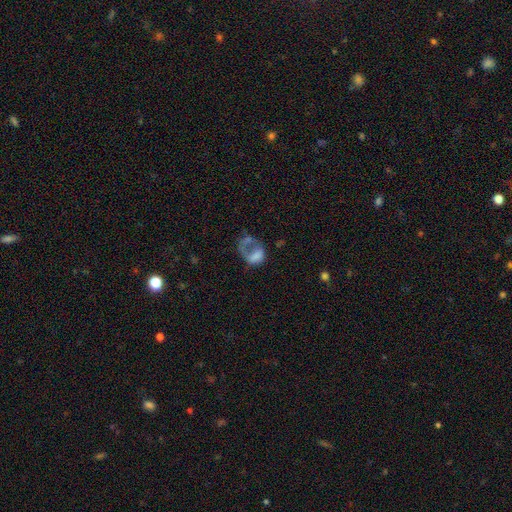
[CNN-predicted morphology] Overall: smooth (48%; featured or disk 40%). Merging: major disturbance (50%; none 21%).